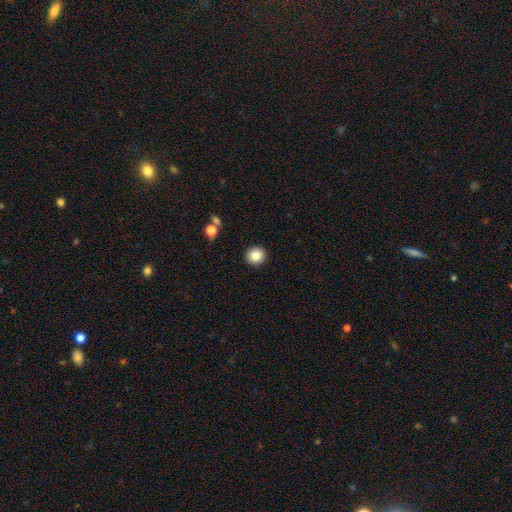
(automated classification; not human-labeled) This is clearly a smooth galaxy (84%). How rounded: clearly round (90%). Merging: clearly none (92%).